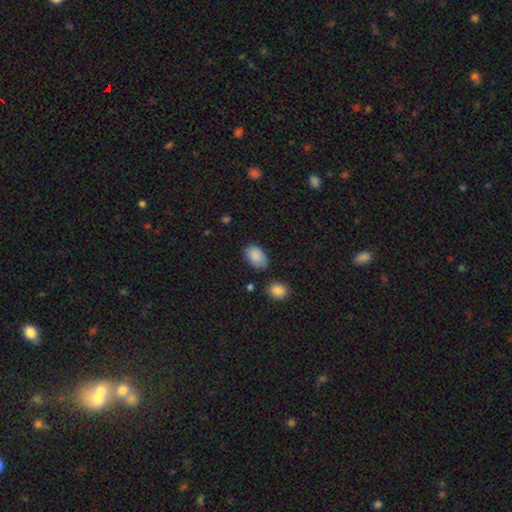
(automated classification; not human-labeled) Q: Smooth or featured?
A: smooth (89%); runner-up: star or artifact (7%)
Q: How rounded?
A: in between (90%); runner-up: round (9%)
Q: Merging?
A: none (70%); runner-up: minor disturbance (21%)